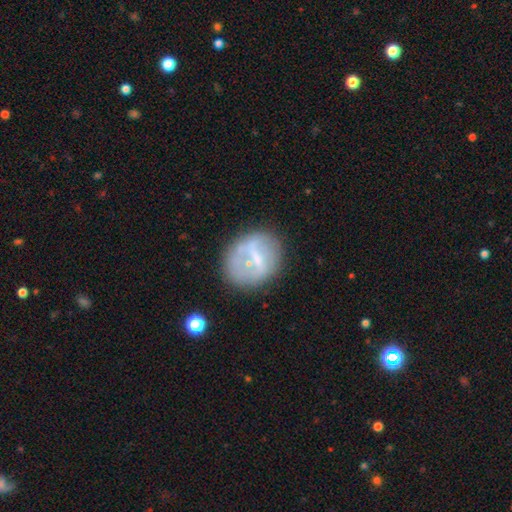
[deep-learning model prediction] featured or disk 56%, smooth 34%, star or artifact 9%. Down the decision tree: edge-on disk — no (95%); bar — strong (39%); spiral arms — no (73%); bulge size — small (55%); merging — none (68%).